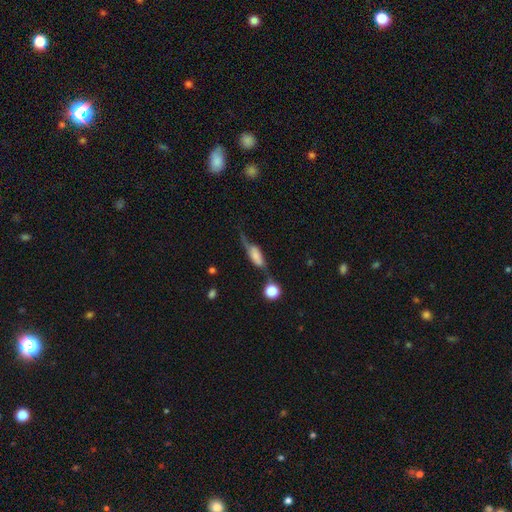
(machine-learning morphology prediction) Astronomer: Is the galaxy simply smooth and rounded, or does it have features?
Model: featured or disk — 55% (runner-up: smooth, 37%).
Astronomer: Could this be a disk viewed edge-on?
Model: yes — 61% (runner-up: no, 39%).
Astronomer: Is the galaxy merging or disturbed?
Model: none — 43% (runner-up: minor disturbance, 26%).